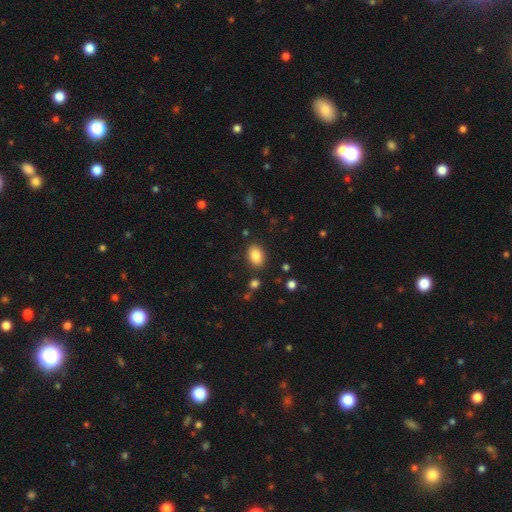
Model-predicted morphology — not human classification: Smooth or featured? Predicted: smooth (p=0.86). How rounded? Predicted: in between (p=0.86). Merging? Predicted: none (p=0.86).